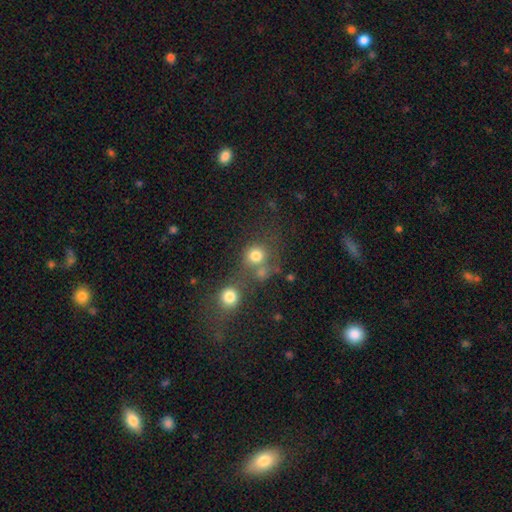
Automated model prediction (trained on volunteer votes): Smooth or featured? smooth (78%)
How rounded? round (86%)
Merging? none (52%)